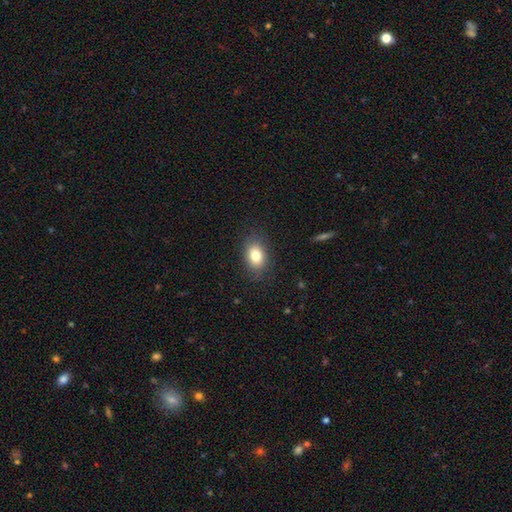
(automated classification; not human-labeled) Smooth or featured?
  - smooth: 81% *
  - featured or disk: 10%
  - star or artifact: 9%
How rounded?
  - in between: 77% *
  - round: 22%
  - cigar-shaped: 1%
Merging?
  - none: 82% *
  - minor disturbance: 13%
  - major disturbance: 4%
  - merger: 1%